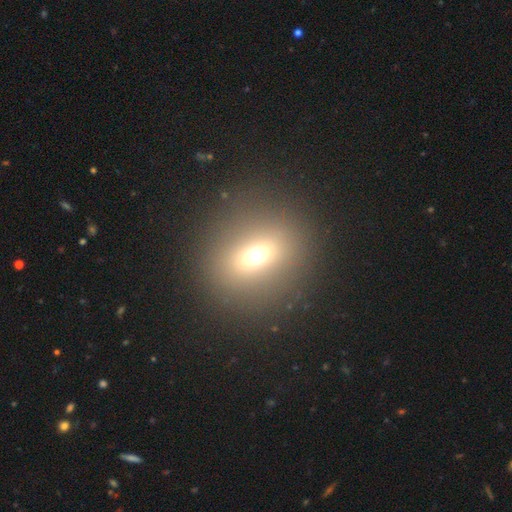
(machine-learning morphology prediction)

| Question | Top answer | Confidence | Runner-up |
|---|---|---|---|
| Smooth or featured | smooth | 64% | star or artifact (20%) |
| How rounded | round | 68% | in between (30%) |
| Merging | none | 86% | minor disturbance (7%) |